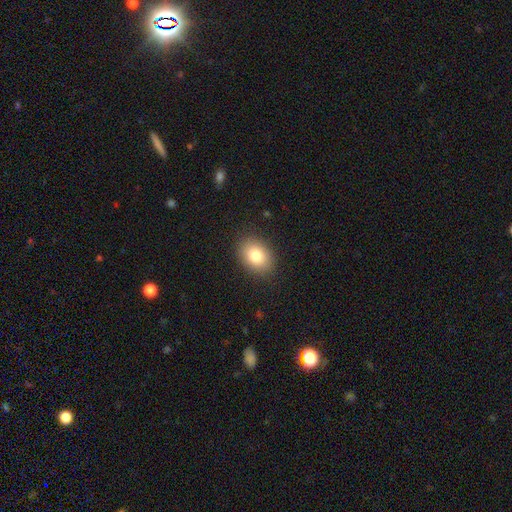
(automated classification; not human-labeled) smooth 81%, featured or disk 10%, star or artifact 9%. Down the decision tree: how rounded — in between (70%); merging — none (88%).